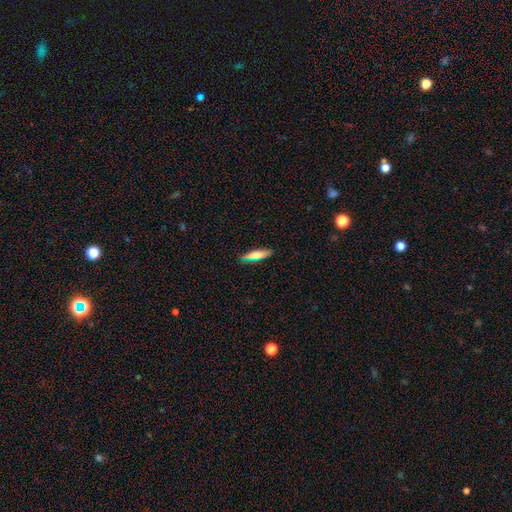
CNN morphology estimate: Smooth or featured?
  - smooth: 69% *
  - featured or disk: 23%
  - star or artifact: 8%
How rounded?
  - cigar-shaped: 70% *
  - in between: 28%
  - round: 2%
Merging?
  - none: 85% *
  - minor disturbance: 11%
  - major disturbance: 2%
  - merger: 2%